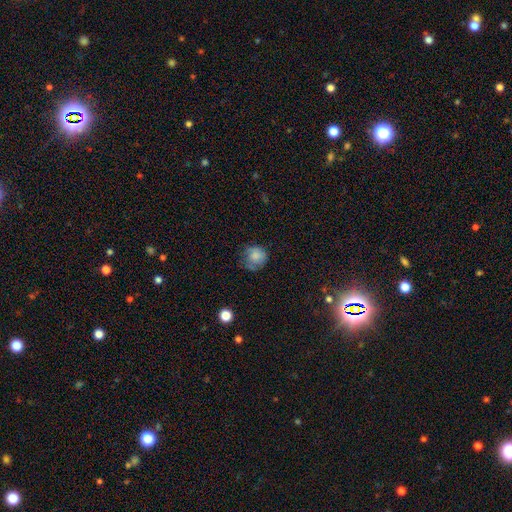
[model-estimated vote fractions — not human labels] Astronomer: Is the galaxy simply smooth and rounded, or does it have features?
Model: smooth — 76%.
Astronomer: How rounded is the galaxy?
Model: round — 85%.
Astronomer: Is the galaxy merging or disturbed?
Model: none — 60%.